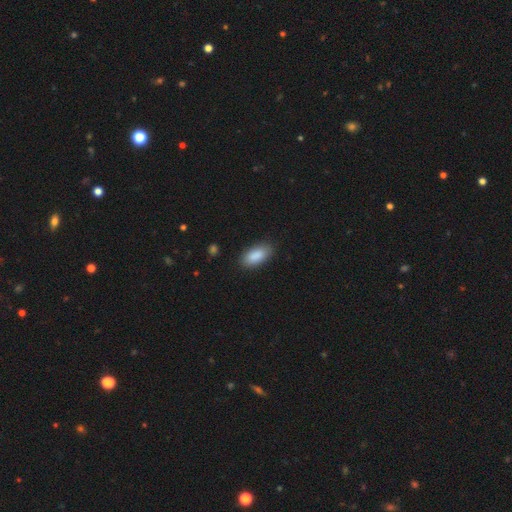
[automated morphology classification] type=smooth (89%); roundness=in between (92%); merging=none (86%).